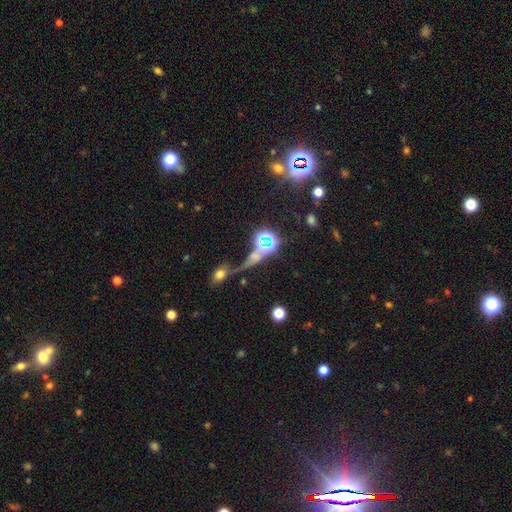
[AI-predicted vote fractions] Smooth or featured? star or artifact (53%)